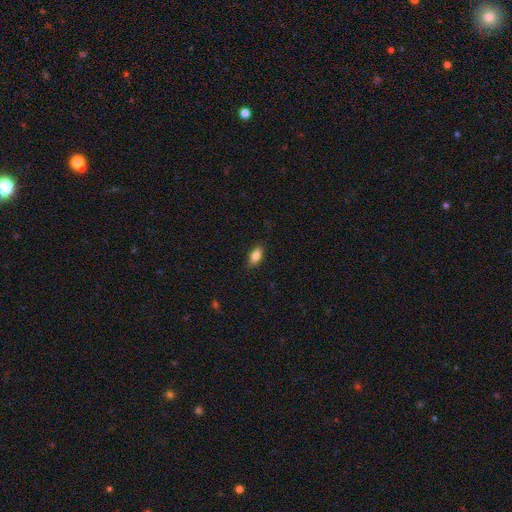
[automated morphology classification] A smooth galaxy with no disk features (82%) that is in between round and cigar-shaped (88%). Merging: none (85%).